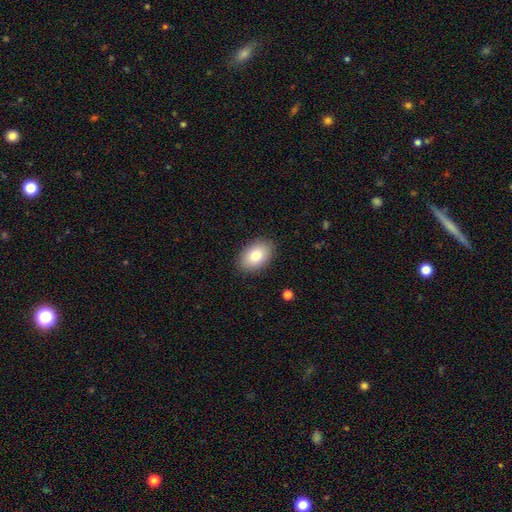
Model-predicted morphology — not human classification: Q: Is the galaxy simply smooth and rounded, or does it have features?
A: smooth — 81%.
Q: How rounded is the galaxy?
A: in between — 90%.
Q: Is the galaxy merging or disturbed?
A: none — 88%.